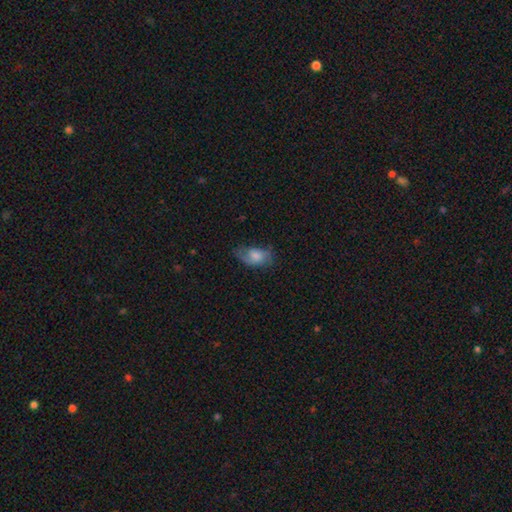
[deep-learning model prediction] Overall: smooth (57%; featured or disk 33%). How rounded: in between (88%). Merging: none (53%; minor disturbance 30%).